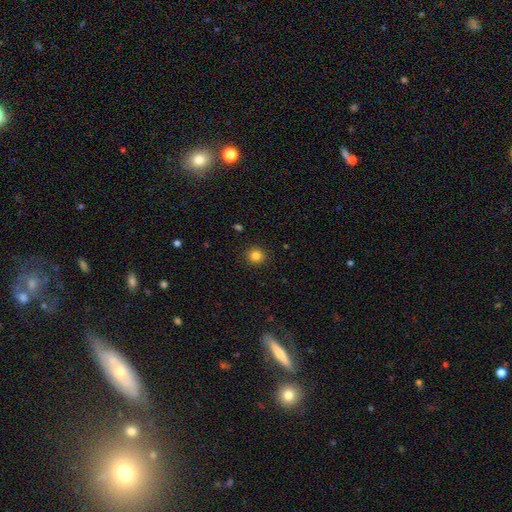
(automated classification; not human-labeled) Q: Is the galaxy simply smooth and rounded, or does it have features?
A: smooth — 84%.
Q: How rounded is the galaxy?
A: round — 92%.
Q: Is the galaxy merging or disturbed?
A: none — 92%.